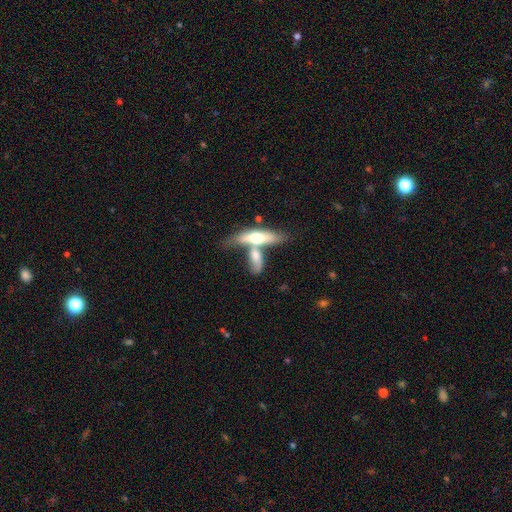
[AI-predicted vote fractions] This is possibly a smooth galaxy (55%). How rounded: possibly in between (51%). Merging: possibly merger (60%).